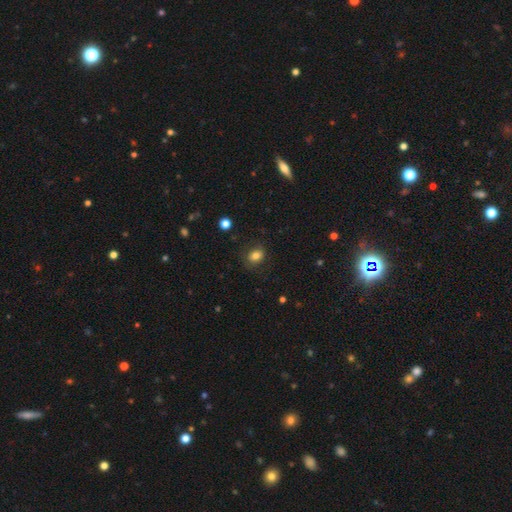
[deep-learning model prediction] This is likely a smooth galaxy (80%). How rounded: possibly in between (55%). Merging: clearly none (80%).